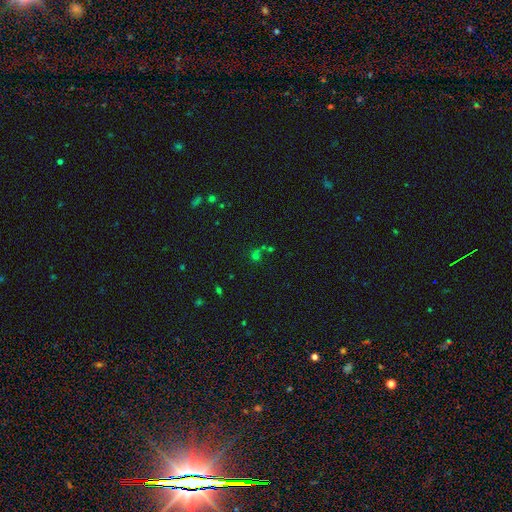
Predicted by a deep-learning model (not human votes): Smooth or featured? smooth (49%)
Merging? none (53%)